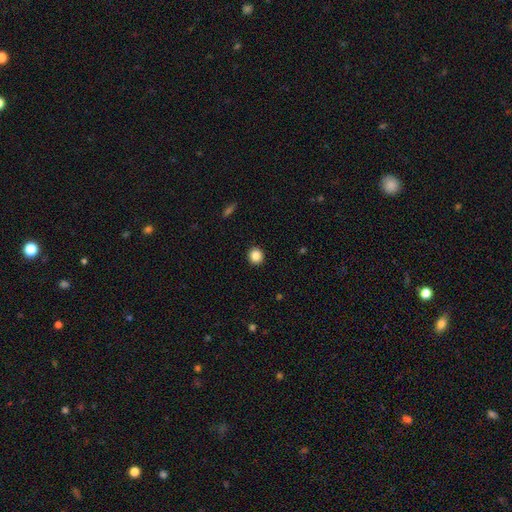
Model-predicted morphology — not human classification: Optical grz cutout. It shows a smooth galaxy with no disk features (86%) that is round (91%). Merging: none (92%).